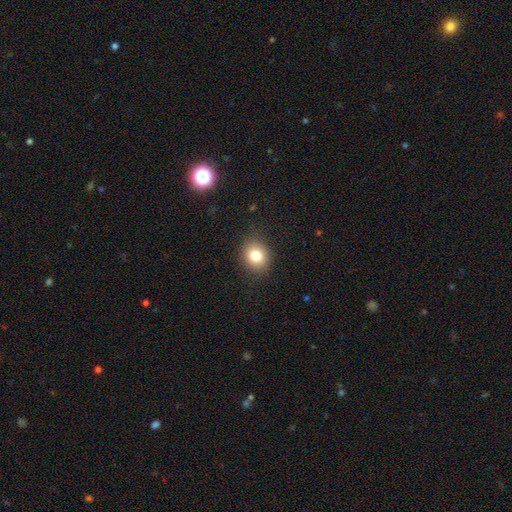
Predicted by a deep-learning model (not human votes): smooth 80%, star or artifact 12%, featured or disk 8%. Down the decision tree: how rounded — round (72%); merging — none (86%).